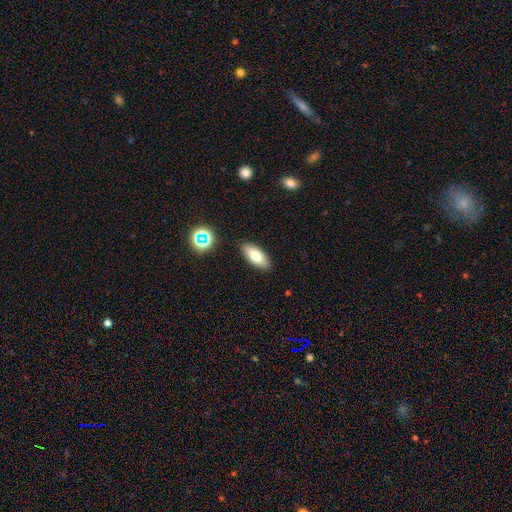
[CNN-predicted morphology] The model was most divided on "smooth or featured": smooth: 76%, featured or disk: 15%, star or artifact: 9%. More confident: merging — none (88%); how rounded — in between (87%).